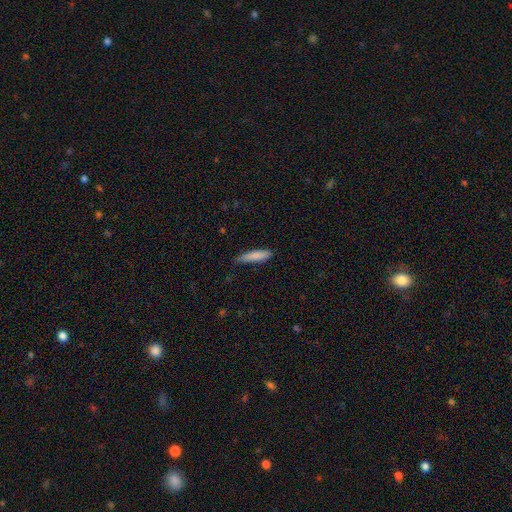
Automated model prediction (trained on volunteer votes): This appears to be a smooth galaxy with no disk features (84%) that is cigar-shaped (79%). Merging: none (71%).